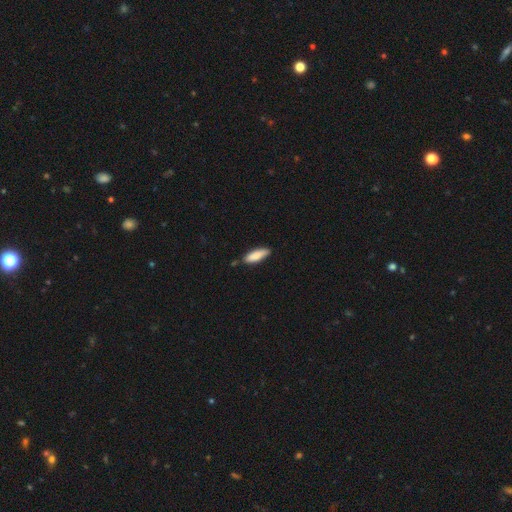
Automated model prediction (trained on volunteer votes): The model was most divided on "how rounded": in between: 51%, cigar-shaped: 48%, round: 2%. More confident: smooth or featured — smooth (84%); merging — none (79%).